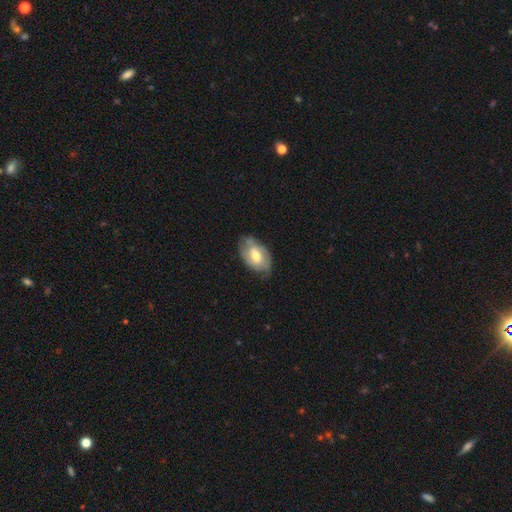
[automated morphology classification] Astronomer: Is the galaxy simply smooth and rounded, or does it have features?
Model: featured or disk — 56% (runner-up: smooth, 38%).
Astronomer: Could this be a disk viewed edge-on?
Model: no — 94%.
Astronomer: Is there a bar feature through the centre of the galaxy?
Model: weak — 44% (runner-up: no, 43%).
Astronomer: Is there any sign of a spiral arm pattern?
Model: yes — 72%.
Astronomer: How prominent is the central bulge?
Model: moderate — 67%.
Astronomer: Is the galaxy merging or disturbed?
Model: none — 60%.